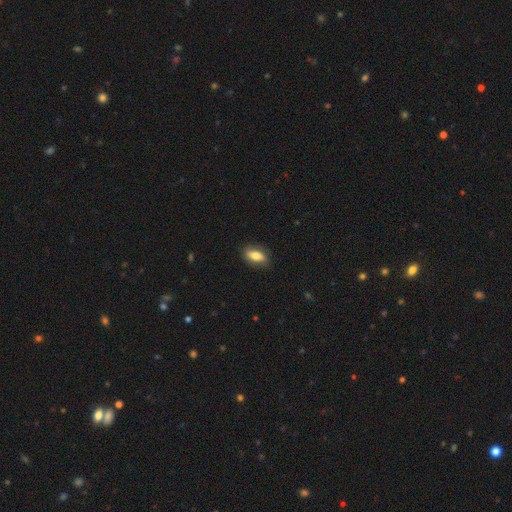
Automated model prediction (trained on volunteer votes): smooth_or_featured: smooth (p=0.75) [alt: featured or disk p=0.19]
how_rounded: in between (p=0.85) [alt: cigar-shaped p=0.10]
merging: none (p=0.81) [alt: minor disturbance p=0.15]